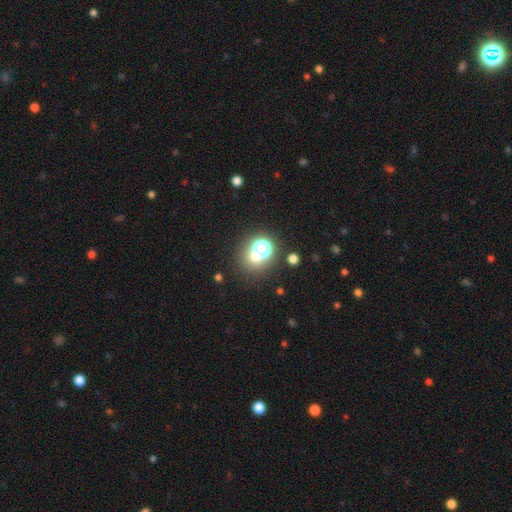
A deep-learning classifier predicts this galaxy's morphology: smooth-or-featured: smooth: 49% | star or artifact: 38% | featured or disk: 12%
  merging: none: 59% | merger: 22% | minor disturbance: 11% | major disturbance: 8%